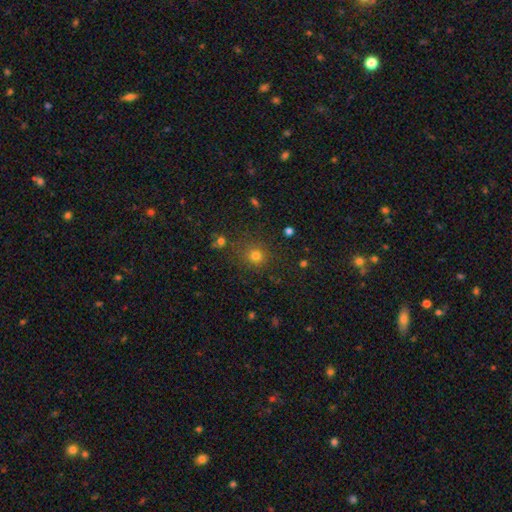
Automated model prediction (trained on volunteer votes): A smooth galaxy with no disk features (76%) that is round (89%). Merging: none (81%).